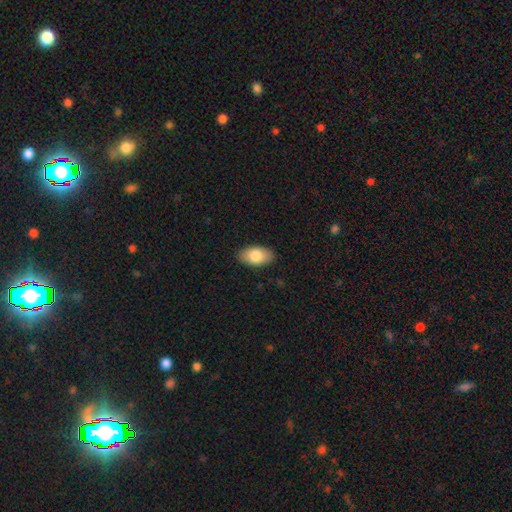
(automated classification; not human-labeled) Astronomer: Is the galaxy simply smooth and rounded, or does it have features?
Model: smooth — 82%.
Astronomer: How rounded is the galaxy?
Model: in between — 94%.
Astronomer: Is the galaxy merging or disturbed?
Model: none — 89%.